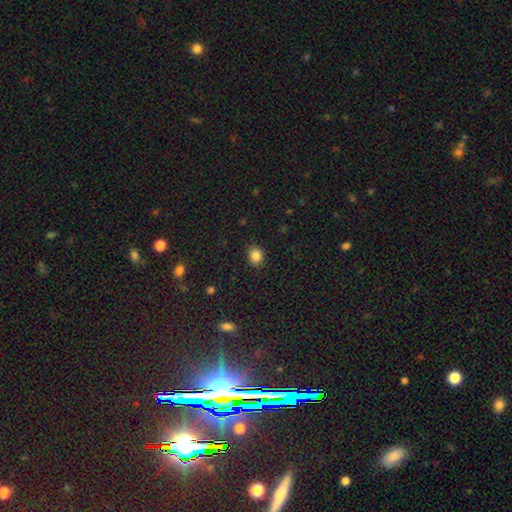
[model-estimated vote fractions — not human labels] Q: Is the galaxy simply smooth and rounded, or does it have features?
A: smooth — 85%.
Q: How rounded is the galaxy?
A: round — 64%.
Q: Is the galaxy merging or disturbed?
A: none — 88%.